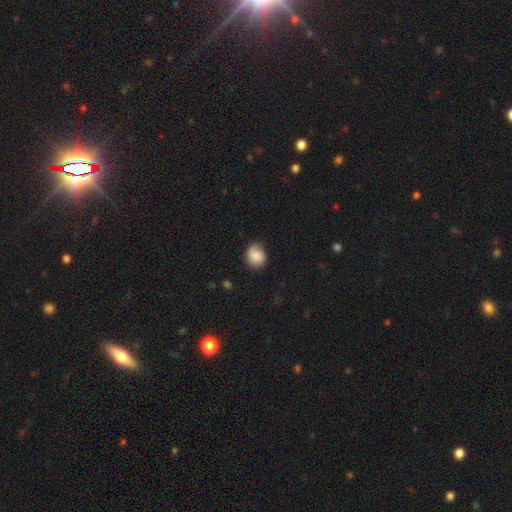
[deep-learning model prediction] smooth-or-featured: smooth: 82% | featured or disk: 10% | star or artifact: 8%
  how-rounded: round: 61% | in between: 38% | cigar-shaped: 1%
  merging: none: 79% | minor disturbance: 17% | major disturbance: 3% | merger: 1%